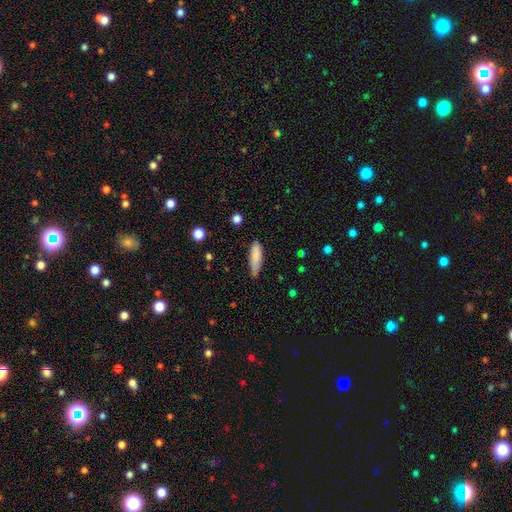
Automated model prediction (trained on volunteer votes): smooth 85%, featured or disk 8%, star or artifact 7%. Down the decision tree: how rounded — cigar-shaped (57%); merging — none (66%).